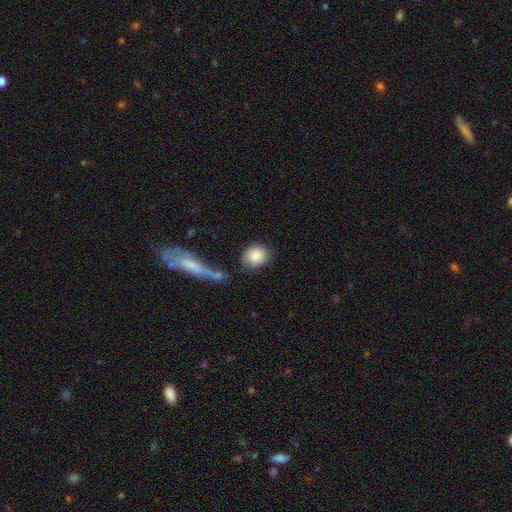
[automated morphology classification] Smooth or featured? Predicted: smooth (p=0.87). How rounded? Predicted: round (p=0.81). Merging? Predicted: none (p=0.67).